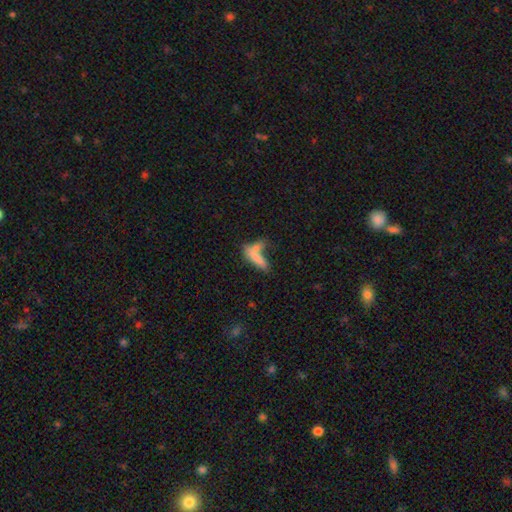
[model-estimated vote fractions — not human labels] Q: Smooth or featured?
A: smooth (70%); runner-up: featured or disk (20%)
Q: How rounded?
A: cigar-shaped (60%); runner-up: in between (37%)
Q: Merging?
A: merger (44%); runner-up: none (34%)